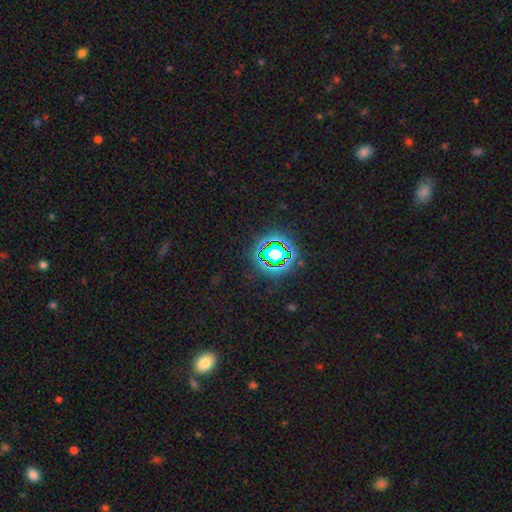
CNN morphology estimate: star or artifact 78%, smooth 14%, featured or disk 8%.